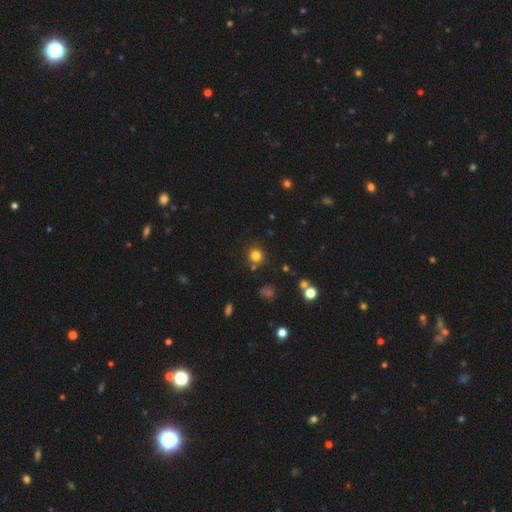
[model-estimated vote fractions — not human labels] smooth_or_featured: smooth (p=0.79) [alt: star or artifact p=0.16]
how_rounded: round (p=0.91) [alt: in between p=0.08]
merging: none (p=0.84) [alt: minor disturbance p=0.08]